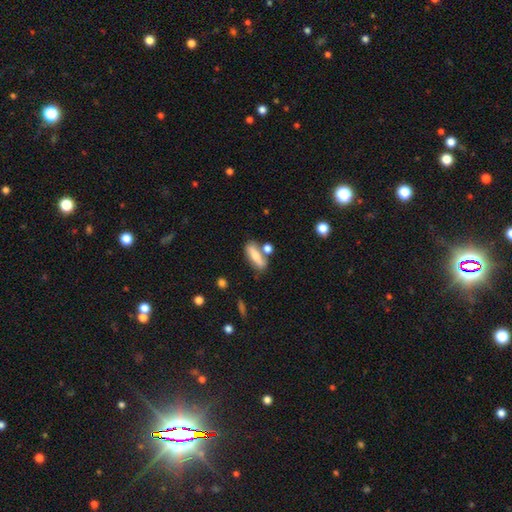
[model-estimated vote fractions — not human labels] A smooth galaxy with no disk features (66%) that is in between round and cigar-shaped (56%). Merging: none (60%).